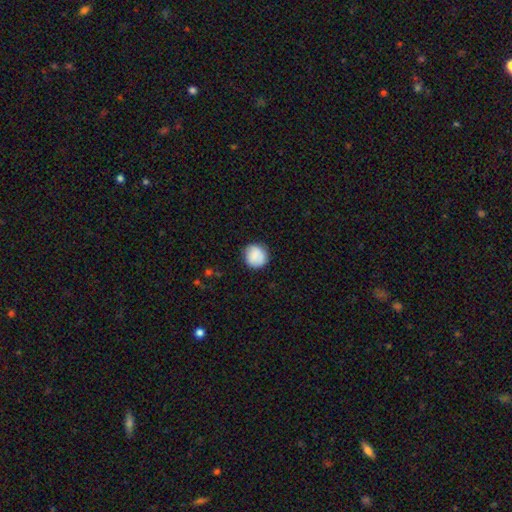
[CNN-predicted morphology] Smooth or featured: smooth — 87% (star or artifact — 7%)
How rounded: round — 91% (in between — 8%)
Merging: none — 85% (minor disturbance — 11%)